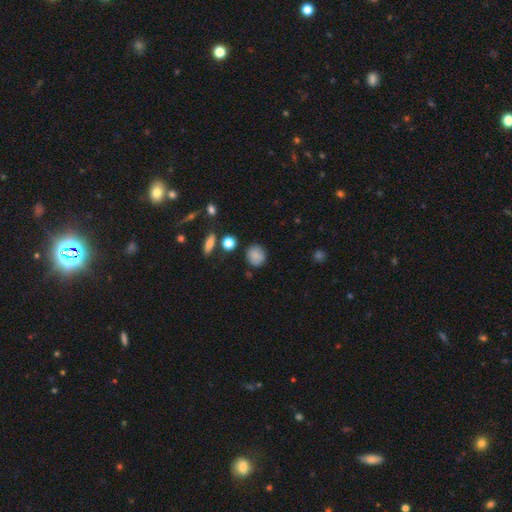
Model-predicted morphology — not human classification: Smooth or featured? smooth (83%)
How rounded? round (84%)
Merging? none (80%)